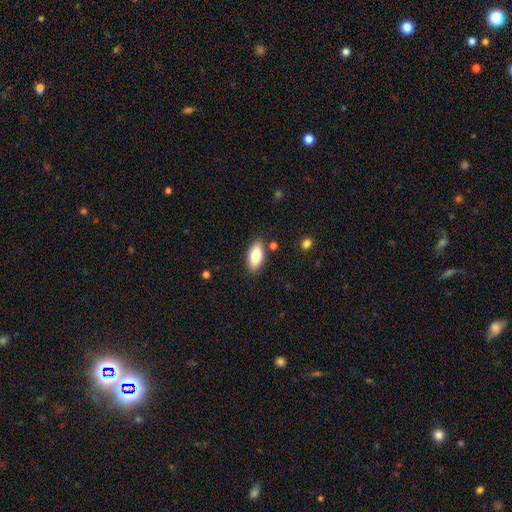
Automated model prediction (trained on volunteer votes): Smooth or featured? smooth (82%)
How rounded? in between (88%)
Merging? none (84%)